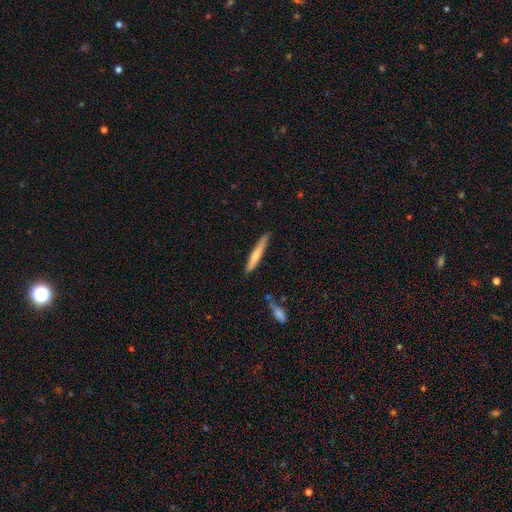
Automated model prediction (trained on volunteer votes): Smooth or featured? smooth (65%)
How rounded? cigar-shaped (93%)
Merging? none (77%)